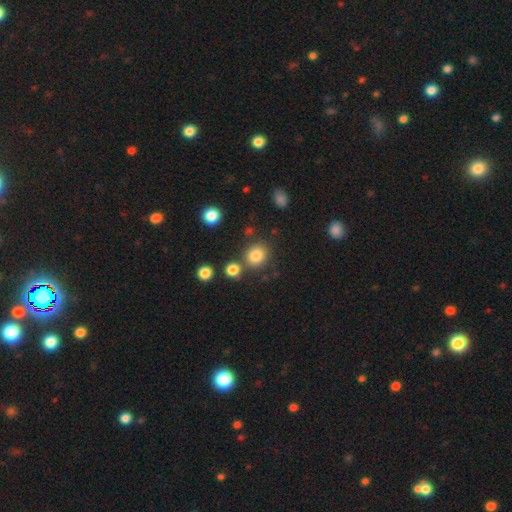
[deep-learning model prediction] smooth_or_featured: smooth (p=0.81) [alt: star or artifact p=0.12]
how_rounded: round (p=0.83) [alt: in between p=0.16]
merging: none (p=0.77) [alt: merger p=0.10]